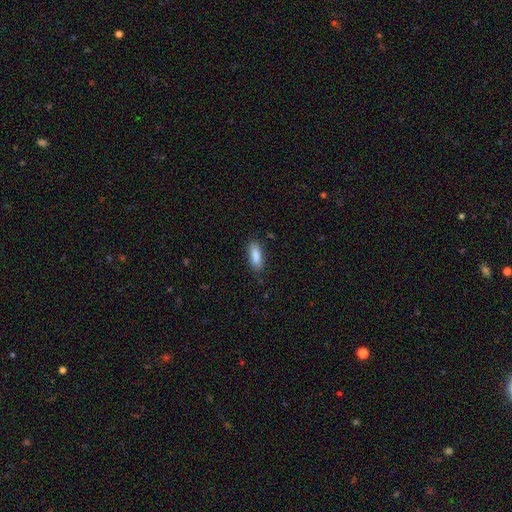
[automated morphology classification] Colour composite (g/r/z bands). It shows a smooth galaxy with no disk features (88%) that is in between round and cigar-shaped (65%). Merging: none (84%).